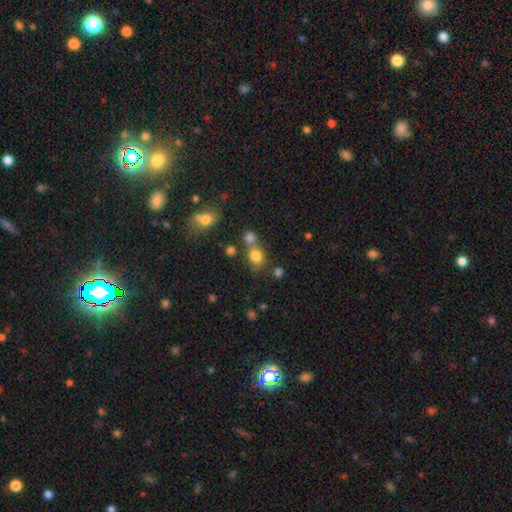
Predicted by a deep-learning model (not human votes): A smooth galaxy with no disk features (78%) that is round (62%). Merging: none (51%).